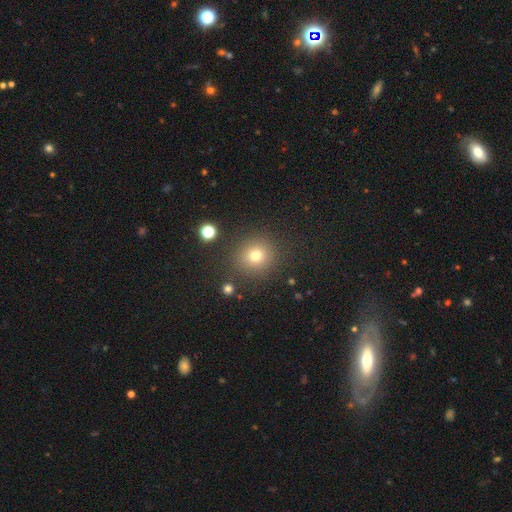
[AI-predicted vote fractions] Overall: smooth (74%). How rounded: round (91%). Merging: none (86%).